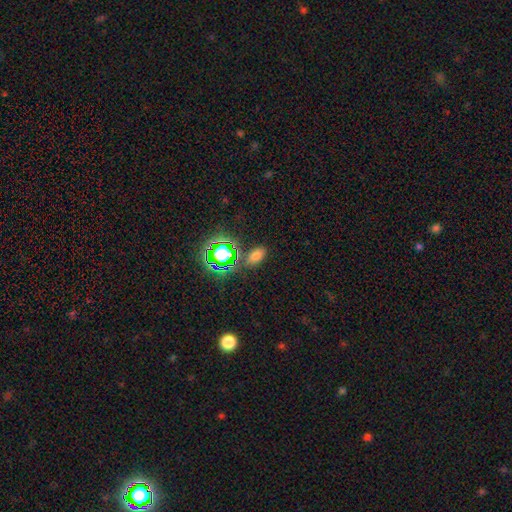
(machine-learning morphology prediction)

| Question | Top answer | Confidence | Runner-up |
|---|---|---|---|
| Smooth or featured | smooth | 65% | star or artifact (27%) |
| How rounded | in between | 87% | round (10%) |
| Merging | none | 82% | minor disturbance (10%) |